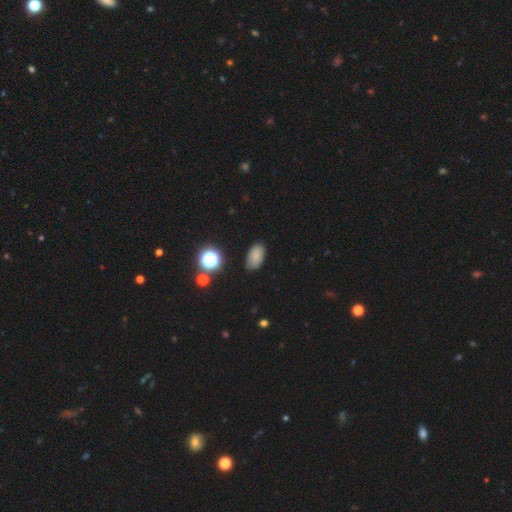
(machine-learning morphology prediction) The model was most divided on "merging": none: 79%, minor disturbance: 16%, major disturbance: 4%, merger: 2%. More confident: how rounded — in between (92%); smooth or featured — smooth (78%).